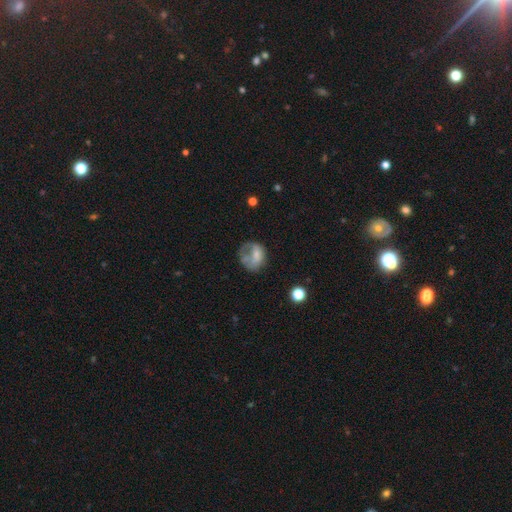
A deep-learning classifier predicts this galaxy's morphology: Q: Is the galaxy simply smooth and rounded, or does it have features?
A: smooth — 58%.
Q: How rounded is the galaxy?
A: round — 58%.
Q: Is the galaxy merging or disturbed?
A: major disturbance — 35%, tied with none.